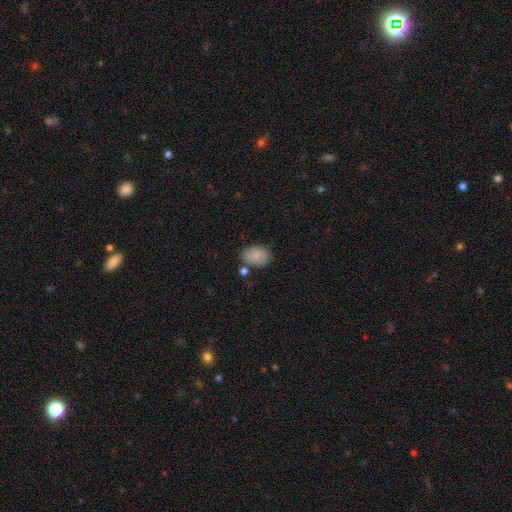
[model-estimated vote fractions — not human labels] Smooth or featured?
  - smooth: 84% *
  - featured or disk: 9%
  - star or artifact: 8%
How rounded?
  - in between: 81% *
  - round: 18%
  - cigar-shaped: 1%
Merging?
  - none: 70% *
  - minor disturbance: 17%
  - merger: 9%
  - major disturbance: 4%